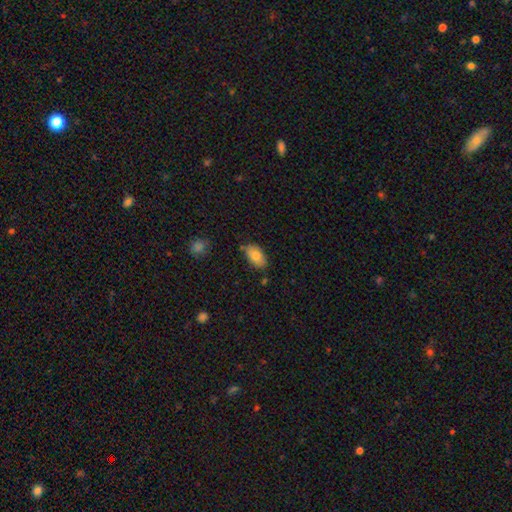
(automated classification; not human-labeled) Smooth or featured? Predicted: smooth (p=0.82). How rounded? Predicted: in between (p=0.93). Merging? Predicted: none (p=0.77).